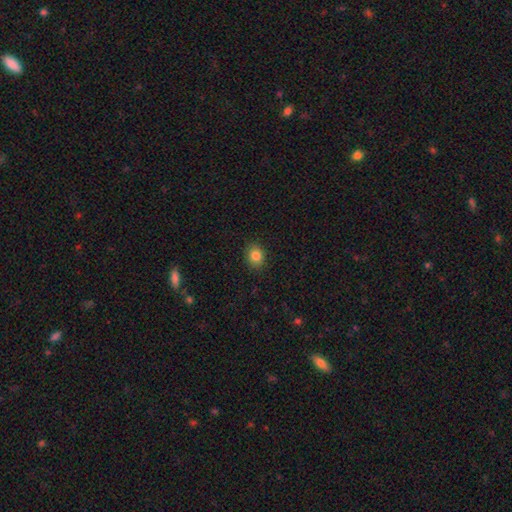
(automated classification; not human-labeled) A smooth galaxy with no disk features (83%) that is round (60%). Merging: none (89%).